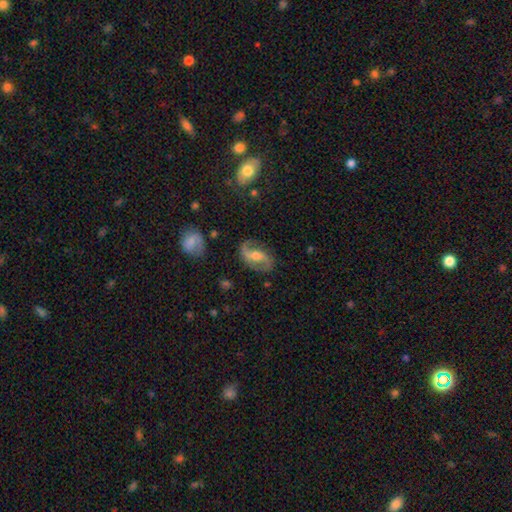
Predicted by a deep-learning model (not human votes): Smooth or featured: featured or disk — 79% (smooth — 14%)
Edge-on disk: no — 96% (yes — 4%)
Bar: weak — 41% (strong — 32%)
Spiral arms: yes — 92% (no — 8%)
Spiral winding: loose — 49% (medium — 38%)
Spiral arm count: 2 — 90% (can't tell — 4%)
Bulge size: moderate — 58% (small — 33%)
Merging: none — 77% (minor disturbance — 15%)